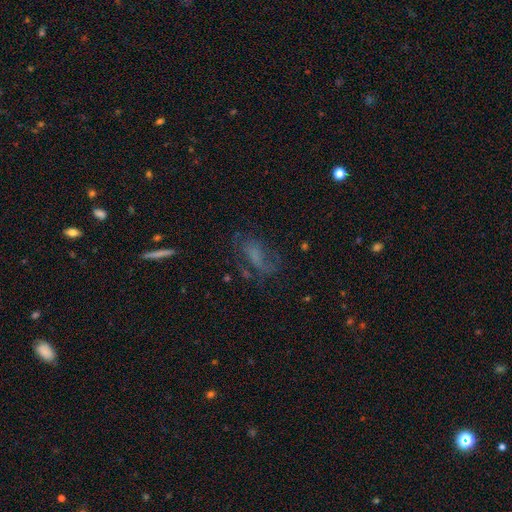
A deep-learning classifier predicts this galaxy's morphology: smooth-or-featured: featured or disk: 43% | smooth: 38% | star or artifact: 19%
  merging: none: 51% | major disturbance: 25% | minor disturbance: 21% | merger: 3%